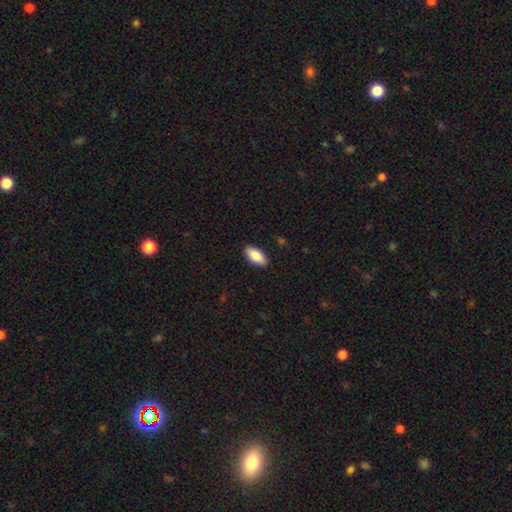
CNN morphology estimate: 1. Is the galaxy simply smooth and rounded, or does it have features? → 87% smooth, 7% featured or disk, 6% star or artifact.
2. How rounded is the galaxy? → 90% in between, 8% cigar-shaped, 2% round.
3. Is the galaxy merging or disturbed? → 89% none, 8% minor disturbance, 2% major disturbance, 1% merger.